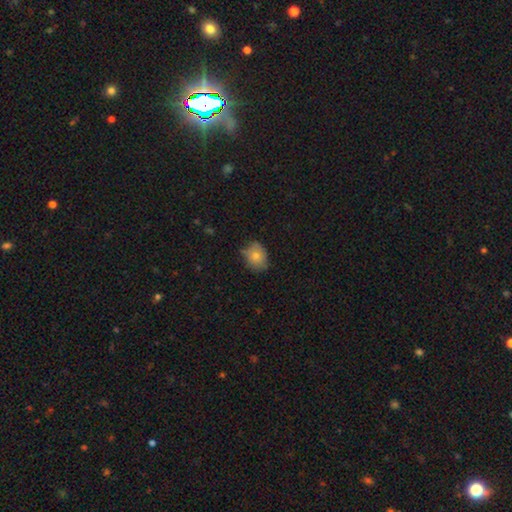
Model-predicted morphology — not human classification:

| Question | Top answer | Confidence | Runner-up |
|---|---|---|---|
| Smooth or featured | smooth | 74% | featured or disk (16%) |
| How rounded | in between | 50% | round (49%) |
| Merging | none | 67% | minor disturbance (27%) |